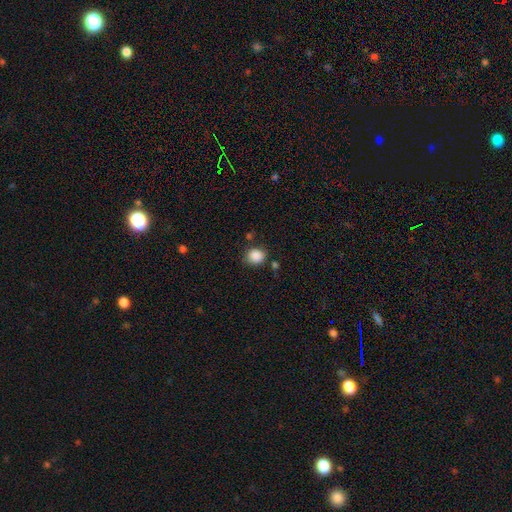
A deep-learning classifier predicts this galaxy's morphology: Smooth or featured: smooth — 88% (star or artifact — 9%)
How rounded: round — 73% (in between — 26%)
Merging: none — 75% (minor disturbance — 16%)